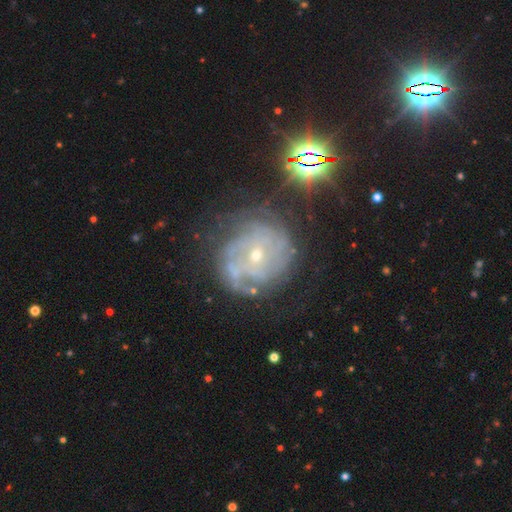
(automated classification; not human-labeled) Q: Smooth or featured?
A: featured or disk (77%); runner-up: star or artifact (13%)
Q: Edge-on disk?
A: no (97%); runner-up: yes (3%)
Q: Bar?
A: no (65%); runner-up: weak (28%)
Q: Spiral arms?
A: yes (89%); runner-up: no (11%)
Q: Spiral winding?
A: tight (62%); runner-up: medium (29%)
Q: Spiral arm count?
A: can't tell (44%); runner-up: 2 (15%)
Q: Bulge size?
A: small (73%); runner-up: moderate (23%)
Q: Merging?
A: none (64%); runner-up: minor disturbance (20%)